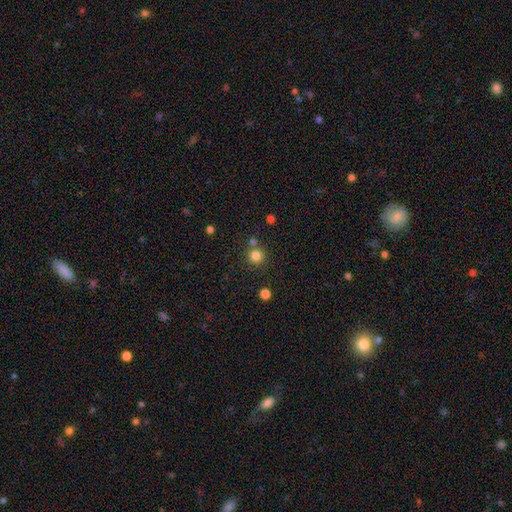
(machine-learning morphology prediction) Smooth or featured? smooth (81%)
How rounded? round (94%)
Merging? none (77%)